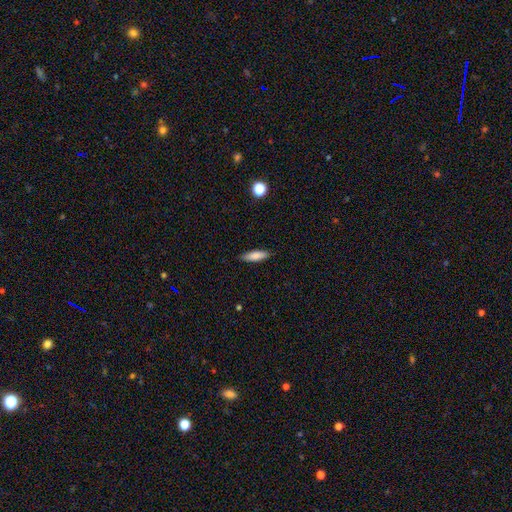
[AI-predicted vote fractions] Q: Smooth or featured?
A: smooth (82%); runner-up: featured or disk (12%)
Q: How rounded?
A: cigar-shaped (59%); runner-up: in between (40%)
Q: Merging?
A: none (87%); runner-up: minor disturbance (10%)